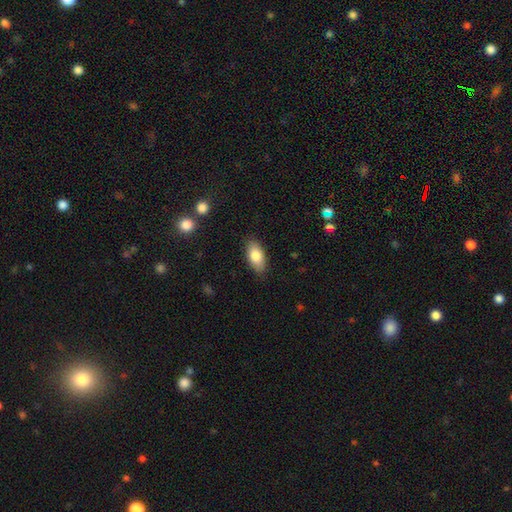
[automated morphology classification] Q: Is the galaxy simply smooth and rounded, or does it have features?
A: smooth — 82%.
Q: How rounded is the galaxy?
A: in between — 90%.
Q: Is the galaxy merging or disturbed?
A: none — 86%.